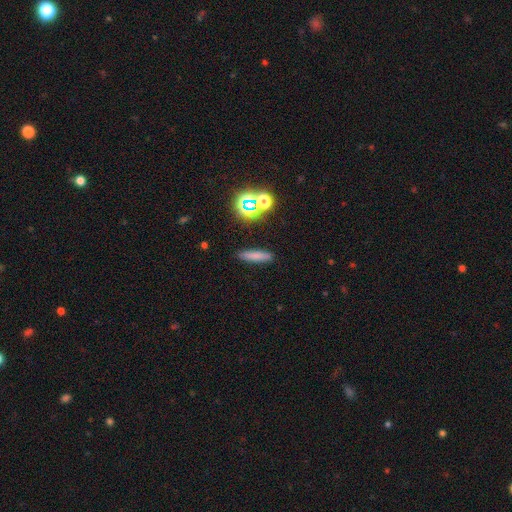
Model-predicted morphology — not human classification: A smooth galaxy with no disk features (71%) that is cigar-shaped (82%). Merging: none (88%).